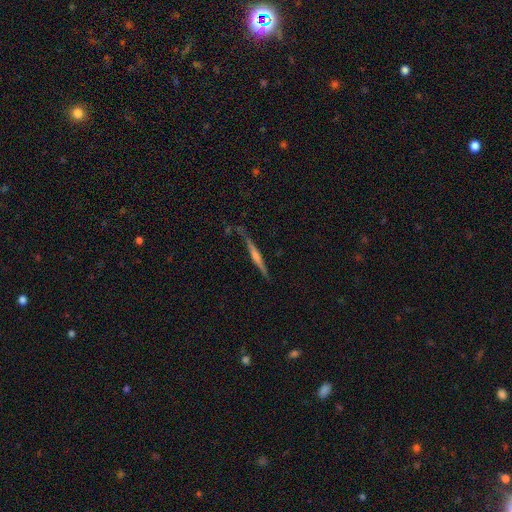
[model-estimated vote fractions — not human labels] smooth_or_featured: featured or disk (p=0.74) [alt: smooth p=0.19]
disk_edge_on: yes (p=0.97) [alt: no p=0.03]
edge_on_bulge: rounded (p=0.64) [alt: none p=0.23]
merging: none (p=0.78) [alt: minor disturbance p=0.15]